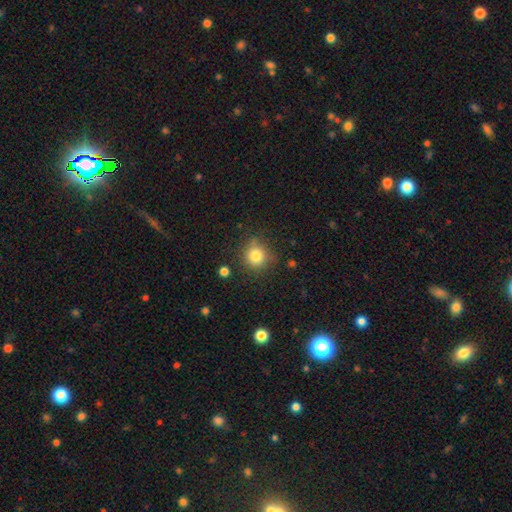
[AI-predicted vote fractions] Smooth or featured? smooth (80%)
How rounded? round (90%)
Merging? none (76%)